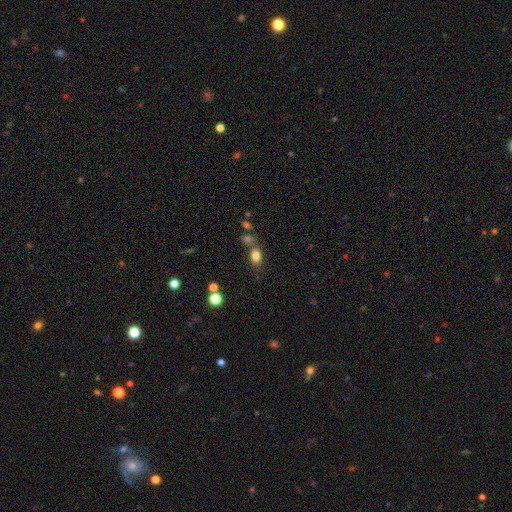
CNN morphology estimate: Smooth or featured? smooth (80%)
How rounded? in between (79%)
Merging? none (59%)